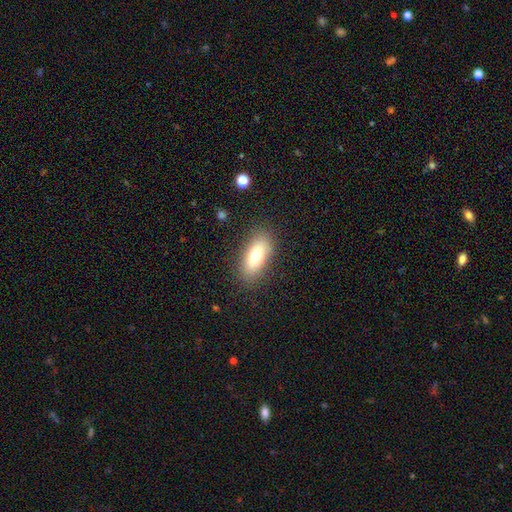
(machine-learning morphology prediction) This is likely a smooth galaxy (73%). How rounded: clearly in between (84%). Merging: clearly none (84%).